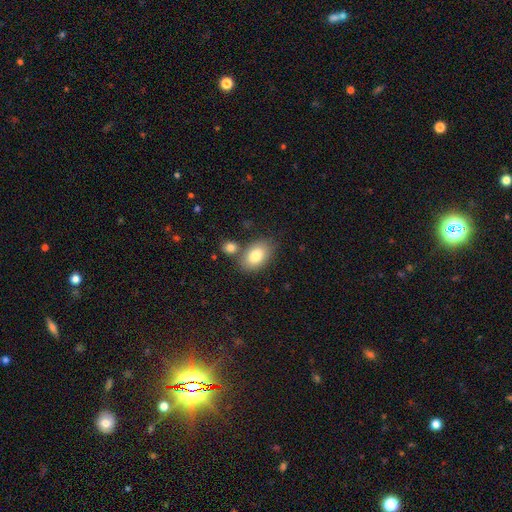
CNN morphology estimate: A smooth galaxy with no disk features (81%) that is in between round and cigar-shaped (90%).

Vote fractions:
- Smooth or featured? smooth: 81% / featured or disk: 12% / star or artifact: 7%
- How rounded? in between: 90% / round: 9% / cigar-shaped: 1%
- Merging? none: 66% / merger: 18% / minor disturbance: 13% / major disturbance: 4%